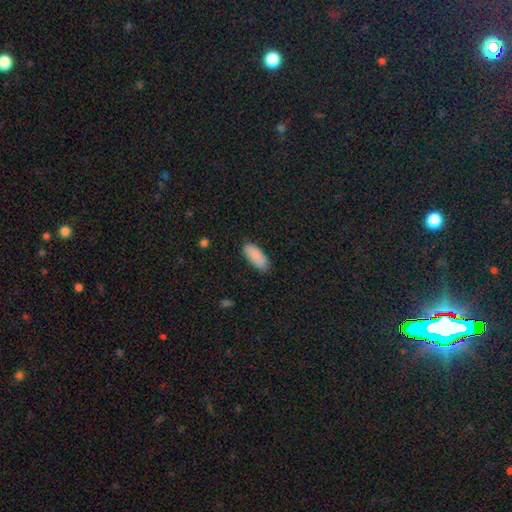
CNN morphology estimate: Smooth or featured?
  - smooth: 89% *
  - star or artifact: 6%
  - featured or disk: 5%
How rounded?
  - in between: 84% *
  - cigar-shaped: 14%
  - round: 2%
Merging?
  - none: 86% *
  - minor disturbance: 10%
  - major disturbance: 2%
  - merger: 1%